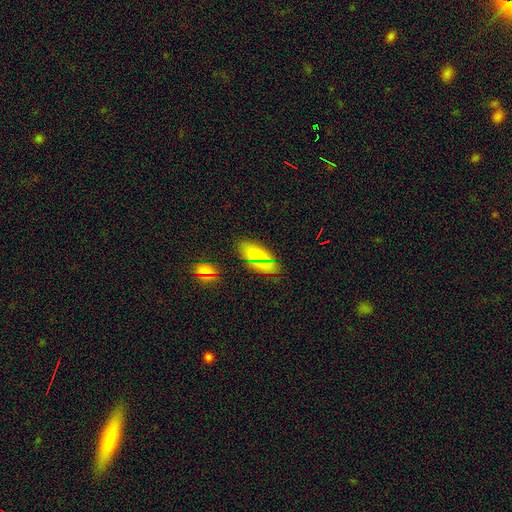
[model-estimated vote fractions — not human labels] Morphology: type=smooth (76%); roundness=in between (88%); merging=none (86%).